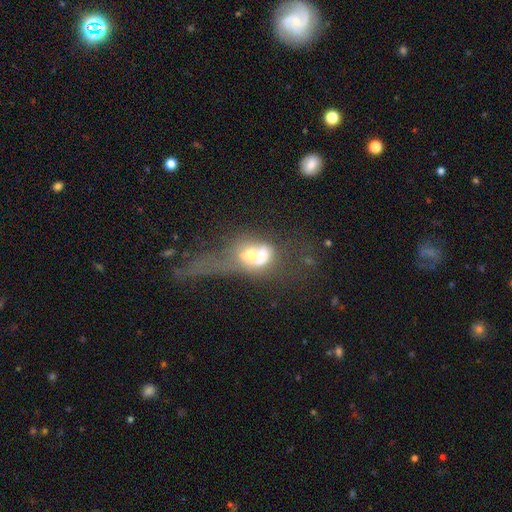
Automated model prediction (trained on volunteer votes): Q: Smooth or featured?
A: smooth (46%); runner-up: featured or disk (41%)
Q: Merging?
A: merger (64%); runner-up: major disturbance (20%)